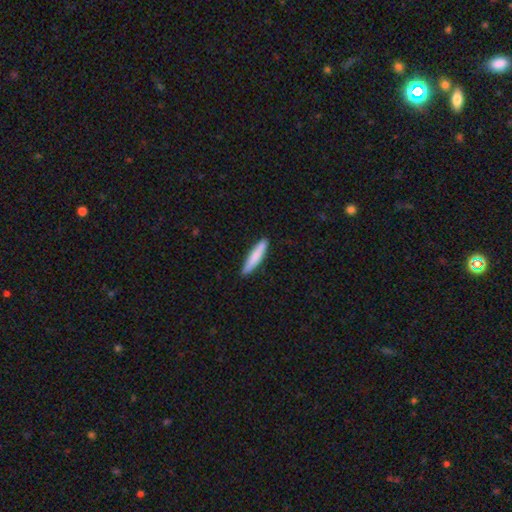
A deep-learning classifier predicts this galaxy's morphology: smooth-or-featured: smooth: 82% | featured or disk: 13% | star or artifact: 5%
  how-rounded: cigar-shaped: 90% | in between: 9% | round: 1%
  merging: none: 88% | minor disturbance: 9% | major disturbance: 2% | merger: 1%